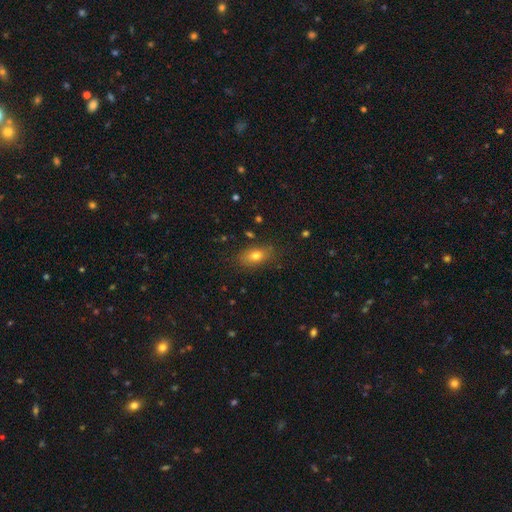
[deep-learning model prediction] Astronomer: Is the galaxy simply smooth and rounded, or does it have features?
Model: smooth — 77%.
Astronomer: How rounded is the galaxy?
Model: in between — 82%.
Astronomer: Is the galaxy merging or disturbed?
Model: none — 82%.